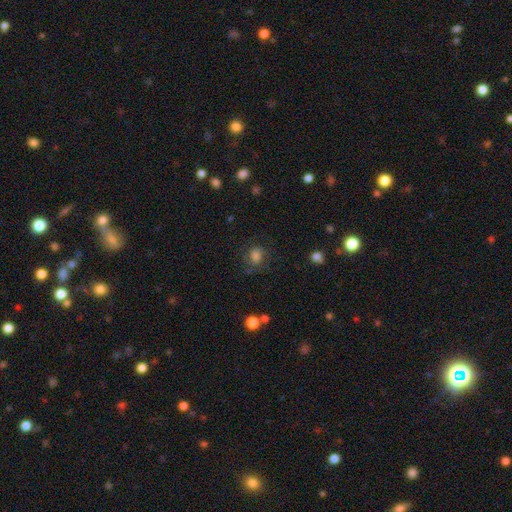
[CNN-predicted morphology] smooth-or-featured: smooth: 58% | featured or disk: 30% | star or artifact: 13%
  how-rounded: round: 72% | in between: 27% | cigar-shaped: 1%
  merging: none: 64% | minor disturbance: 19% | major disturbance: 15% | merger: 2%